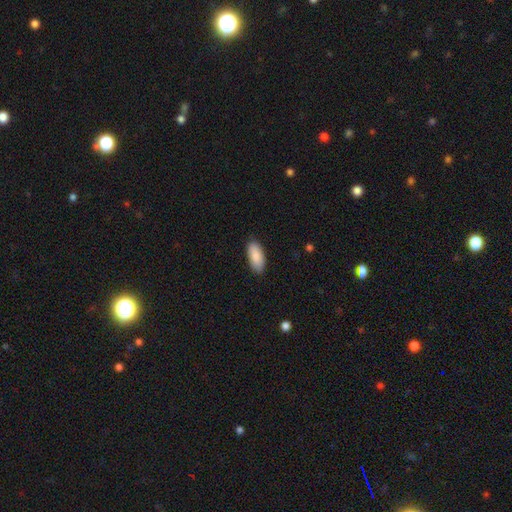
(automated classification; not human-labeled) Smooth or featured?
  - smooth: 88% *
  - featured or disk: 6%
  - star or artifact: 6%
How rounded?
  - in between: 88% *
  - cigar-shaped: 10%
  - round: 2%
Merging?
  - none: 87% *
  - minor disturbance: 10%
  - major disturbance: 2%
  - merger: 1%